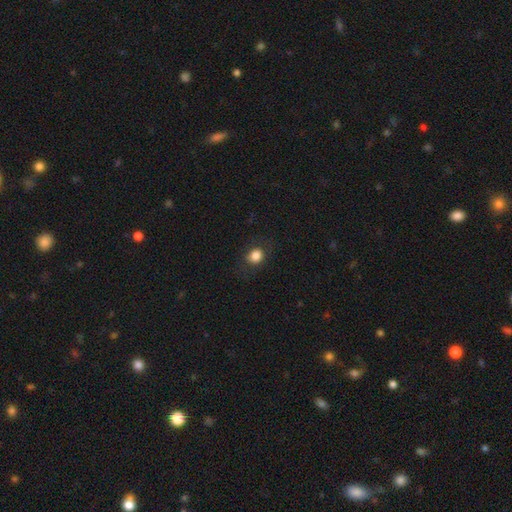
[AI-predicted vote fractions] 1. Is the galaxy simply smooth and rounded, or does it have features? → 84% smooth, 10% star or artifact, 6% featured or disk.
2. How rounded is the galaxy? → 63% round, 35% in between, 1% cigar-shaped.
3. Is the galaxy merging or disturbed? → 81% none, 13% minor disturbance, 5% major disturbance, 1% merger.